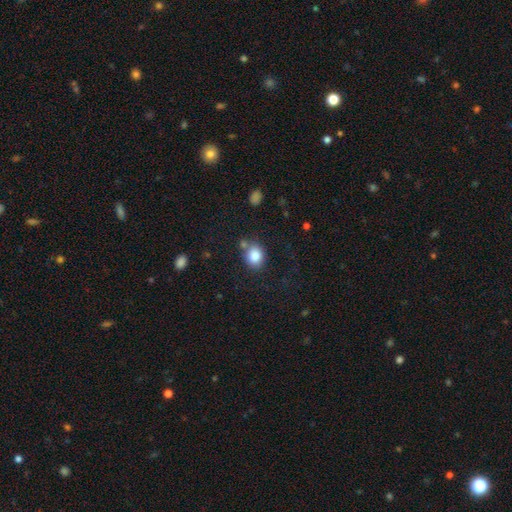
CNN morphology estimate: Smooth or featured?
  - smooth: 84% *
  - star or artifact: 9%
  - featured or disk: 7%
How rounded?
  - round: 51% *
  - in between: 48%
  - cigar-shaped: 1%
Merging?
  - none: 68% *
  - minor disturbance: 15%
  - merger: 13%
  - major disturbance: 4%